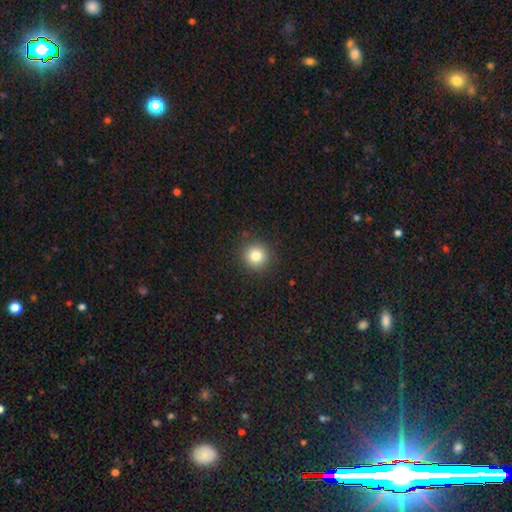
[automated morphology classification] Smooth or featured? smooth (81%)
How rounded? round (92%)
Merging? none (90%)